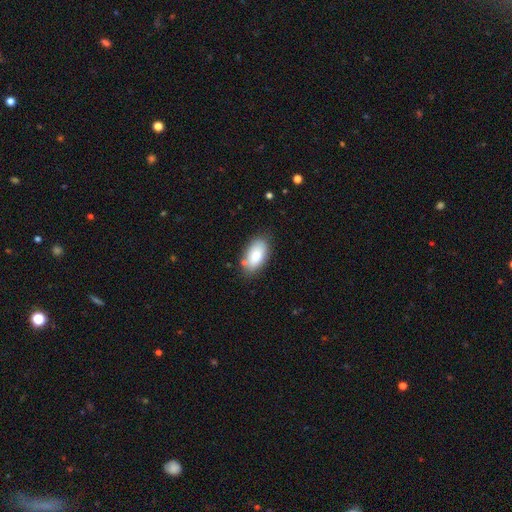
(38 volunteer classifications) Q: Smooth or featured?
A: smooth (87%); runner-up: featured or disk (8%)
Q: How rounded?
A: in between (97%); runner-up: cigar-shaped (3%)
Q: Merging?
A: none (78%); runner-up: minor disturbance (17%)